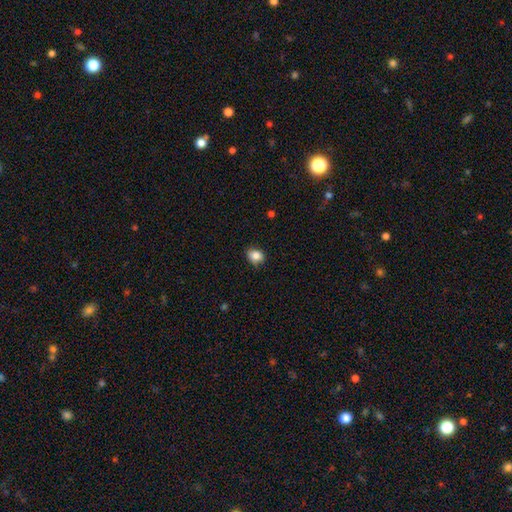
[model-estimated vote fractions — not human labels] smooth 85%, star or artifact 9%, featured or disk 6%. Down the decision tree: how rounded — in between (53%); merging — none (81%).